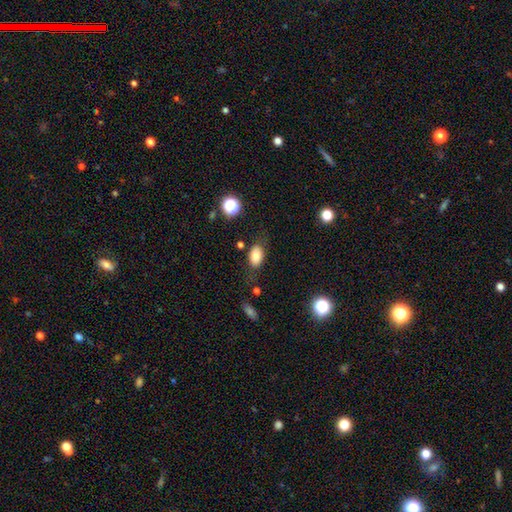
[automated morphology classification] Overall: smooth (79%). How rounded: in between (88%). Merging: none (75%).